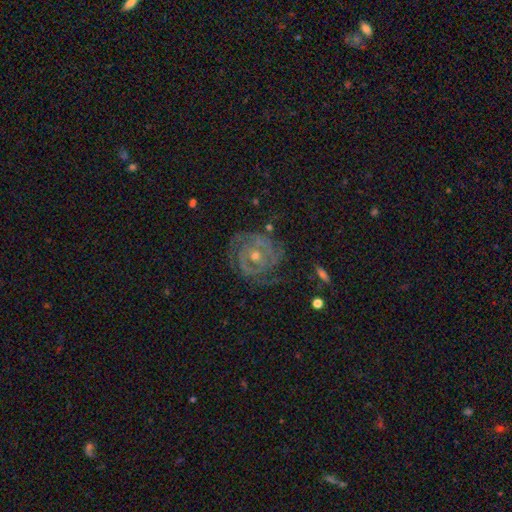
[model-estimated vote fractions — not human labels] smooth_or_featured: featured or disk (p=0.86) [alt: star or artifact p=0.07]
disk_edge_on: no (p=0.97) [alt: yes p=0.03]
bar: no (p=0.67) [alt: weak p=0.25]
has_spiral_arms: yes (p=0.94) [alt: no p=0.06]
spiral_winding: tight (p=0.72) [alt: medium p=0.23]
spiral_arm_count: 2 (p=0.43) [alt: can't tell p=0.21]
bulge_size: moderate (p=0.55) [alt: small p=0.42]
merging: none (p=0.74) [alt: minor disturbance p=0.17]